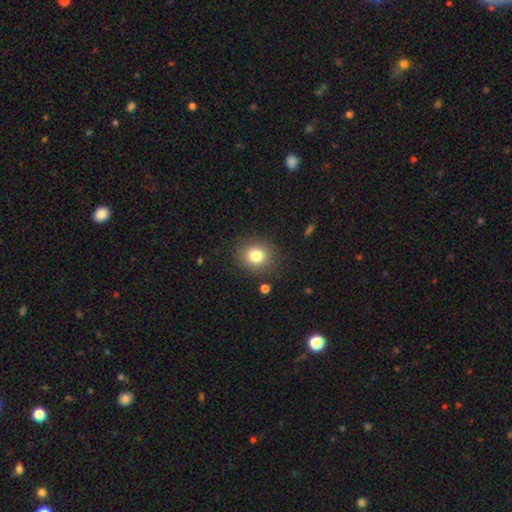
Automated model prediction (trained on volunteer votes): A smooth galaxy with no disk features (81%) that is round (82%).

Vote fractions:
- Smooth or featured? smooth: 81% / star or artifact: 11% / featured or disk: 8%
- How rounded? round: 82% / in between: 17% / cigar-shaped: 1%
- Merging? none: 86% / minor disturbance: 8% / major disturbance: 3% / merger: 2%